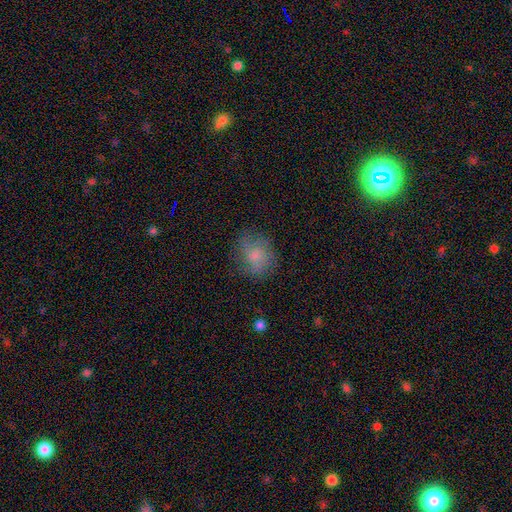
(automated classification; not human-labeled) smooth 60%, featured or disk 30%, star or artifact 10%. Down the decision tree: how rounded — round (67%); merging — none (70%).